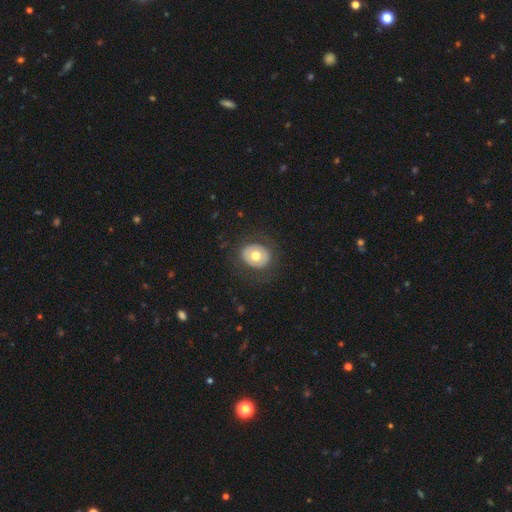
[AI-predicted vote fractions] The model was most divided on "how rounded": round: 62%, in between: 37%, cigar-shaped: 1%. More confident: merging — none (82%); smooth or featured — smooth (59%).